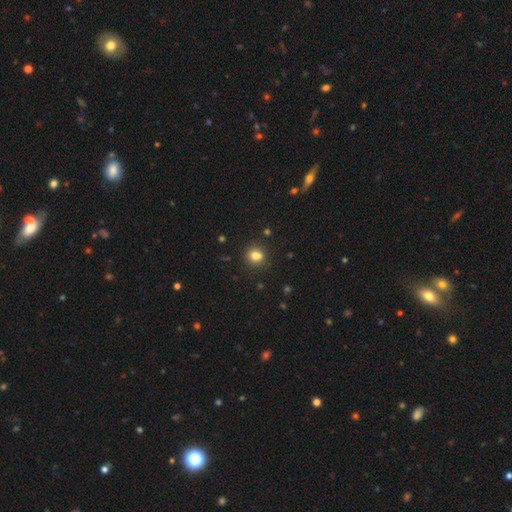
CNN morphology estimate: This is likely a smooth galaxy (78%). How rounded: likely round (74%). Merging: likely none (66%).